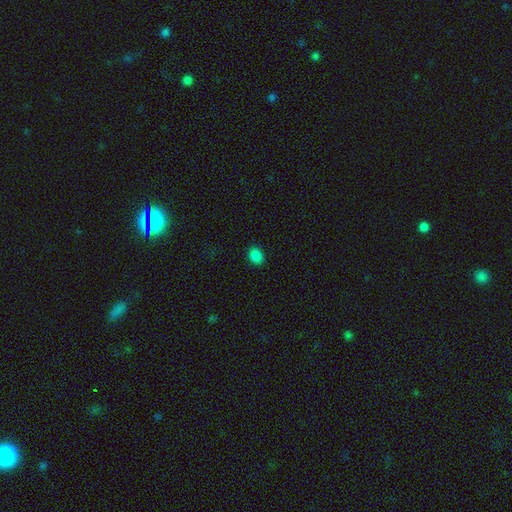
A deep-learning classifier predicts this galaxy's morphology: The model was most divided on "how rounded": in between: 64%, round: 35%, cigar-shaped: 1%. More confident: merging — none (89%); smooth or featured — smooth (85%).